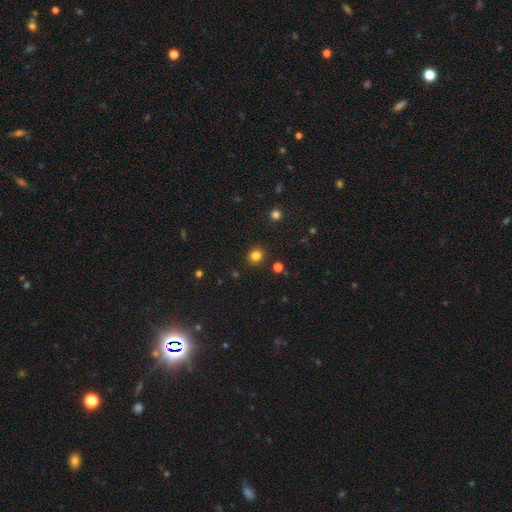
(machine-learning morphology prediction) Smooth or featured: smooth — 81% (star or artifact — 14%)
How rounded: round — 88% (in between — 11%)
Merging: none — 90% (minor disturbance — 6%)